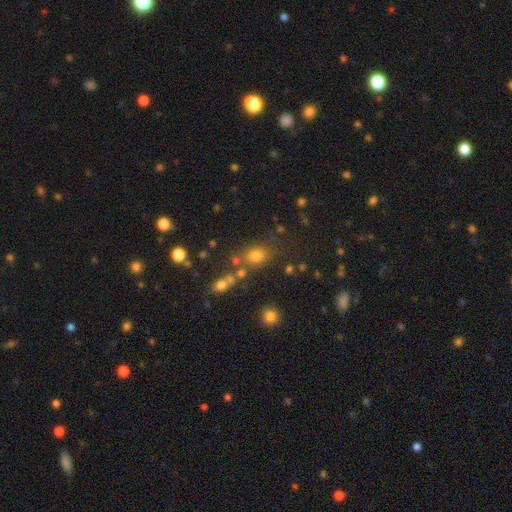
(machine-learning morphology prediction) smooth-or-featured: smooth: 71% | star or artifact: 20% | featured or disk: 9%
  how-rounded: in between: 55% | round: 43% | cigar-shaped: 2%
  merging: none: 66% | minor disturbance: 14% | merger: 13% | major disturbance: 7%